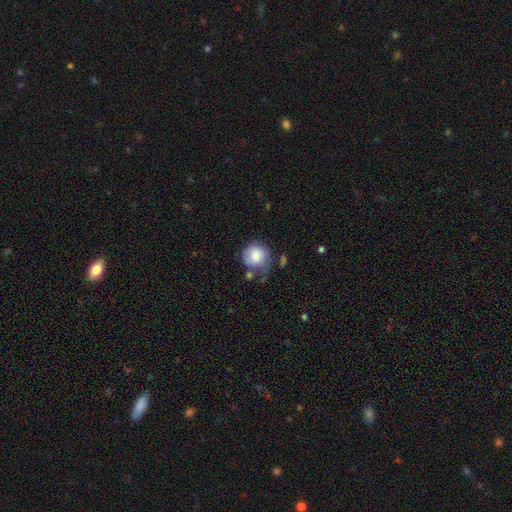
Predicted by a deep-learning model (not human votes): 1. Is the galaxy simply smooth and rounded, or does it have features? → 78% smooth, 14% featured or disk, 7% star or artifact.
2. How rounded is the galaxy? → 88% round, 11% in between, 1% cigar-shaped.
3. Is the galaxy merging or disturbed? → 50% none, 28% minor disturbance, 13% major disturbance, 8% merger.